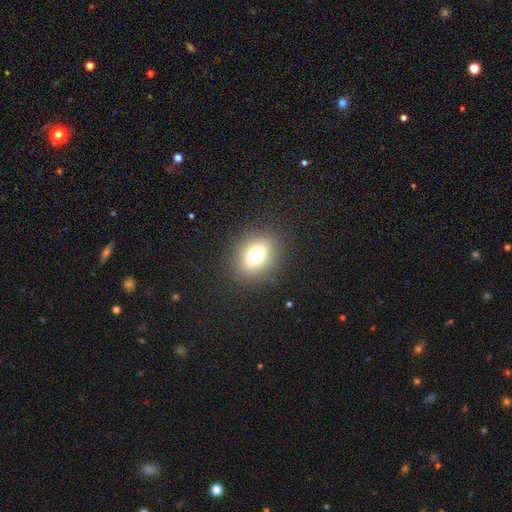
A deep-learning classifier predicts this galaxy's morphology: smooth 67%, featured or disk 19%, star or artifact 14%. Down the decision tree: how rounded — in between (61%); merging — none (86%).